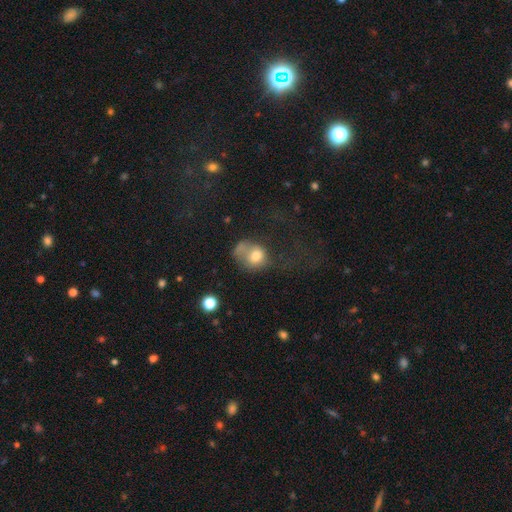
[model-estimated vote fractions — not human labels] A smooth galaxy with no disk features (68%) that is round (53%). Merging: major disturbance (41%).